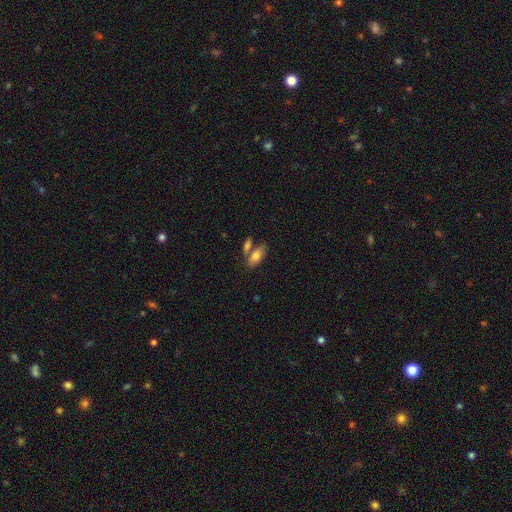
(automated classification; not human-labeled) The model was most divided on "merging": none: 53%, merger: 31%, minor disturbance: 12%, major disturbance: 4%. More confident: how rounded — in between (85%); smooth or featured — smooth (78%).